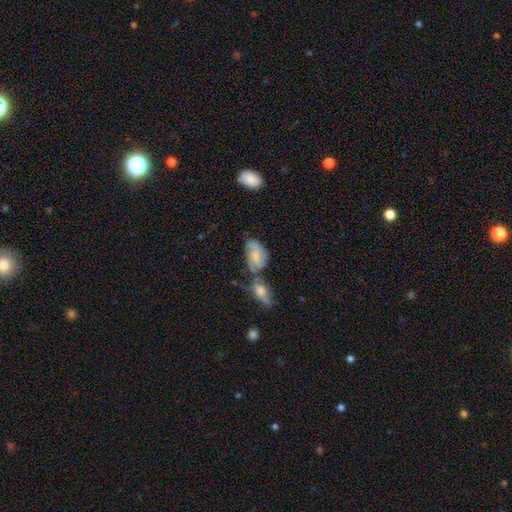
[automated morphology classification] Overall: featured or disk (49%; smooth 43%). Merging: none (33%; merger 32%).